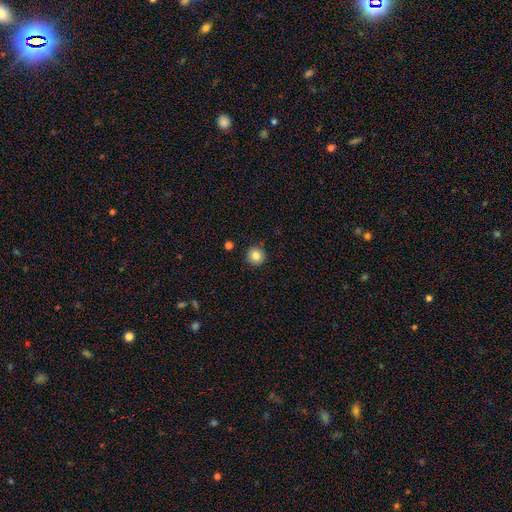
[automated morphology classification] Smooth or featured: smooth — 84% (star or artifact — 10%)
How rounded: round — 95% (in between — 5%)
Merging: none — 91% (minor disturbance — 6%)